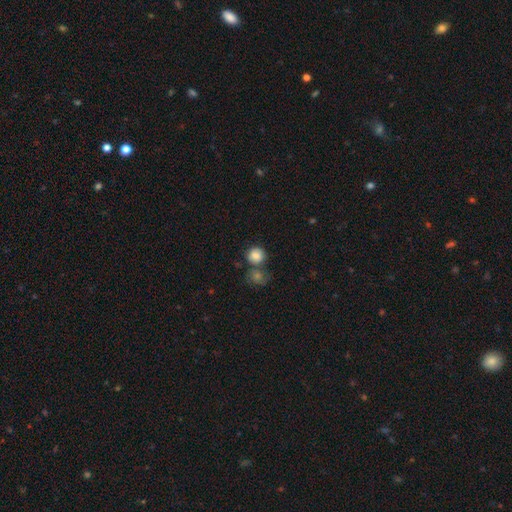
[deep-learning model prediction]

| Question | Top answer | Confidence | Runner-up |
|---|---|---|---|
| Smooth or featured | smooth | 83% | star or artifact (9%) |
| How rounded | round | 85% | in between (14%) |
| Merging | none | 54% | merger (29%) |